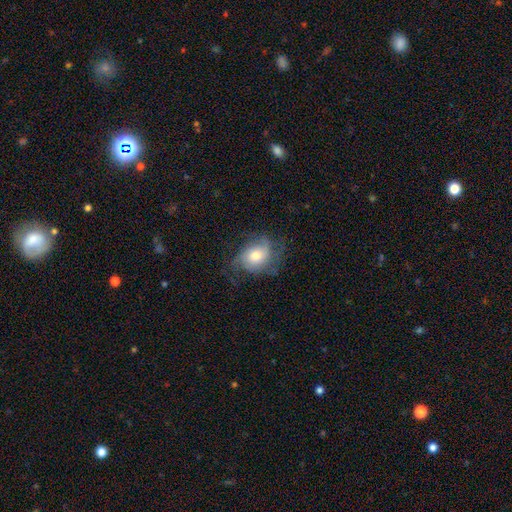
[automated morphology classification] type=featured or disk (57%); edge-on=no (96%); bar=no (77%); spiral arms=yes (86%); bulge=moderate (58%); merging=none (58%).